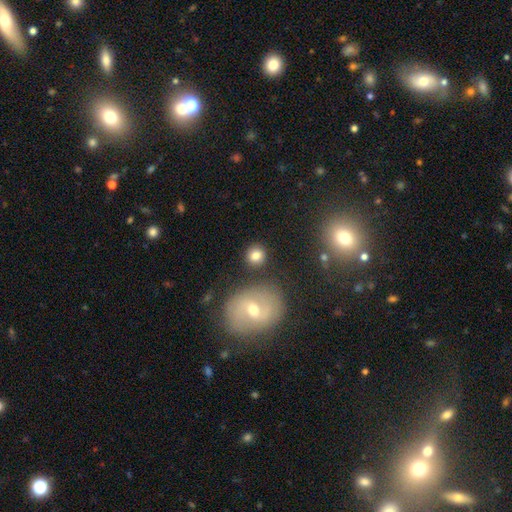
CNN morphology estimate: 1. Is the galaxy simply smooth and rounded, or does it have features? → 81% smooth, 9% featured or disk, 9% star or artifact.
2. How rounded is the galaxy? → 86% round, 13% in between, 1% cigar-shaped.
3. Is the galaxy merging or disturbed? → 82% none, 8% minor disturbance, 7% merger, 3% major disturbance.